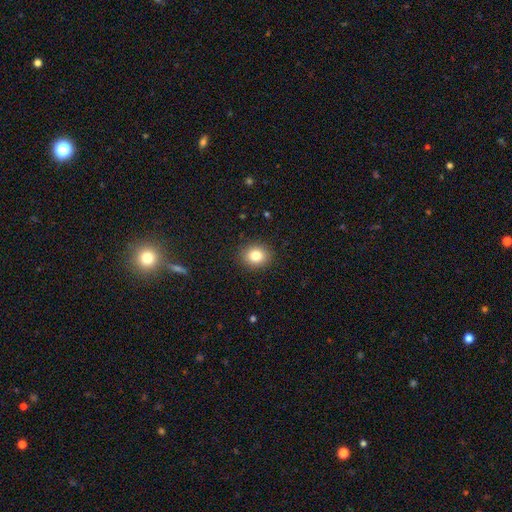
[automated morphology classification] Smooth or featured? smooth (82%)
How rounded? round (66%)
Merging? none (90%)